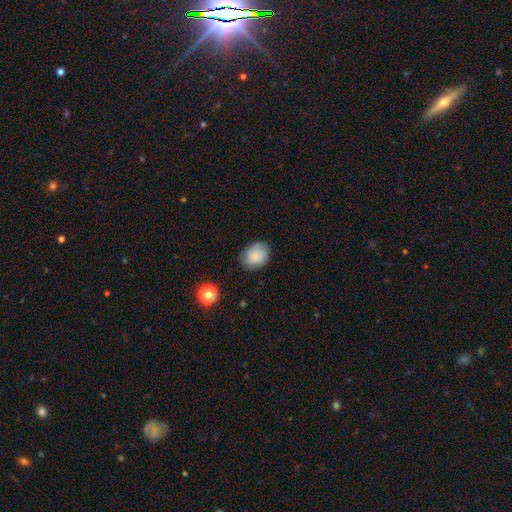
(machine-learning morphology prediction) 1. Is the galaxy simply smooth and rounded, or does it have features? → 78% smooth, 13% featured or disk, 9% star or artifact.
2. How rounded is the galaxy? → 51% in between, 48% round, 1% cigar-shaped.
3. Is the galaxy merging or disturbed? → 77% none, 18% minor disturbance, 4% major disturbance, 1% merger.